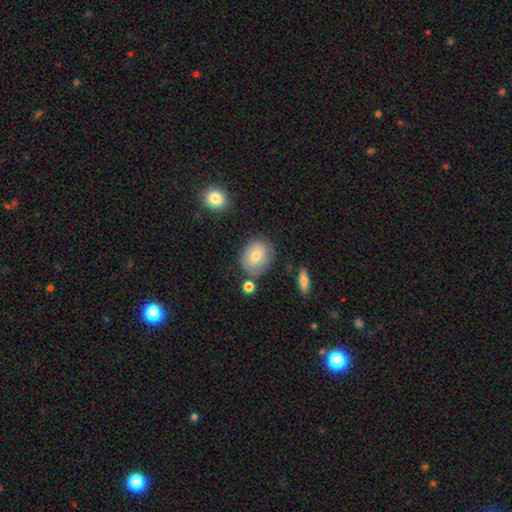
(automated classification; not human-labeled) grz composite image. It shows a smooth galaxy with no disk features (70%) that is round (57%). Merging: none (71%).